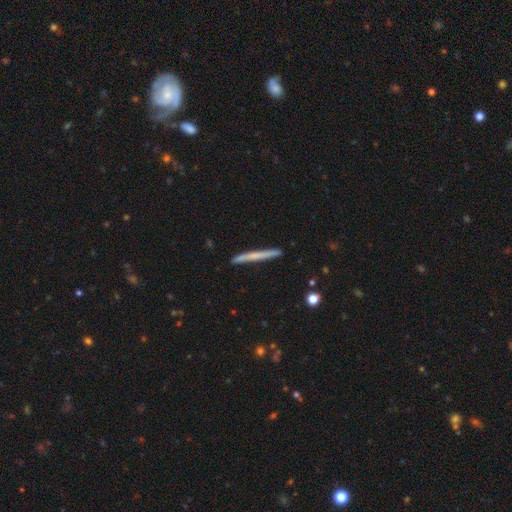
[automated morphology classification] Smooth or featured? smooth (52%)
How rounded? cigar-shaped (97%)
Merging? none (91%)